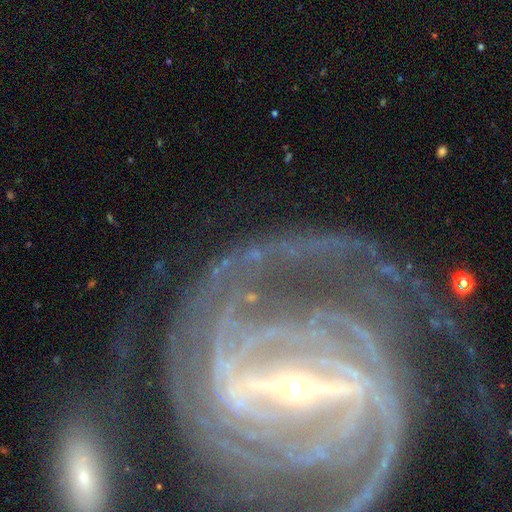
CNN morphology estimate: smooth-or-featured: featured or disk: 89% | star or artifact: 7% | smooth: 4%
  disk-edge-on: no: 96% | yes: 4%
    bar: strong: 79% | weak: 14% | no: 7%
    has-spiral-arms: yes: 95% | no: 5%
      spiral-winding: tight: 59% | medium: 32% | loose: 9%
      spiral-arm-count: 2: 25% | can't tell: 21% | 4: 17% | 3: 17% | more than 4: 11% | 1: 9%
    bulge-size: small: 85% | moderate: 10% | large: 2% | none: 2% | dominant: 1%
  merging: none: 57% | major disturbance: 20% | minor disturbance: 16% | merger: 7%